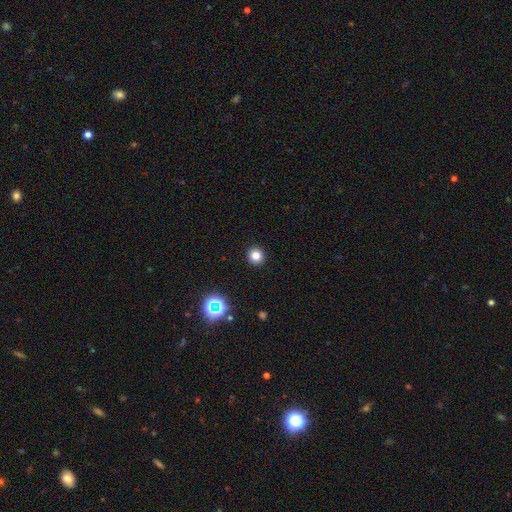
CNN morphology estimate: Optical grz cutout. It shows a smooth galaxy with no disk features (80%) that is round (93%). Merging: none (93%).